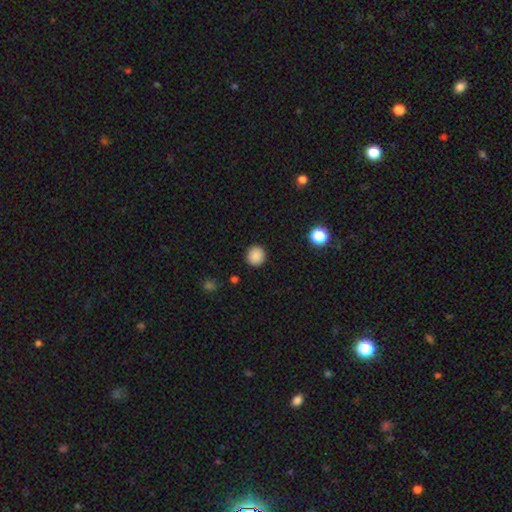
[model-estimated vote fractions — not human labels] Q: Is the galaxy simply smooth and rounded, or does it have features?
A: smooth — 87%.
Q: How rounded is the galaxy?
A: round — 94%.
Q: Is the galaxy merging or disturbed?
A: none — 92%.